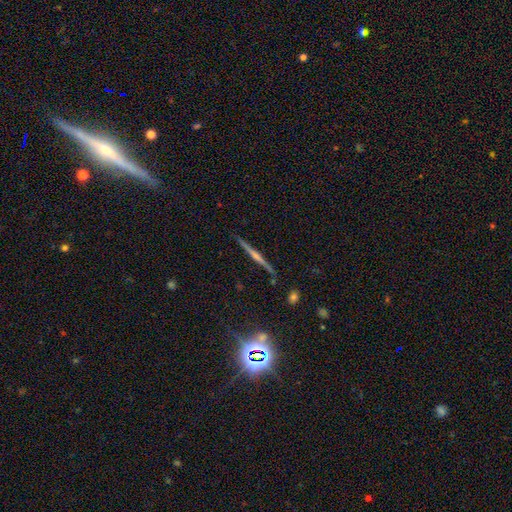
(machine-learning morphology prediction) type=featured or disk (71%); edge-on=yes (98%); edge-on bulge=rounded (62%); merging=none (89%).